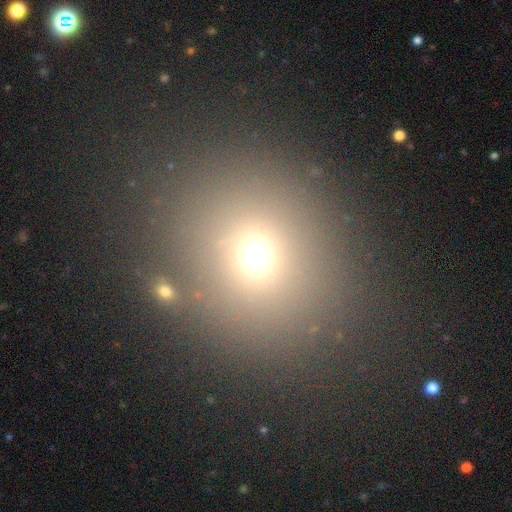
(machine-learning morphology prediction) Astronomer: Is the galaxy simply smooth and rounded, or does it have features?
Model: smooth — 67%.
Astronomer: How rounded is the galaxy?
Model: round — 80%.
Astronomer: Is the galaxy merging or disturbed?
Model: none — 83%.